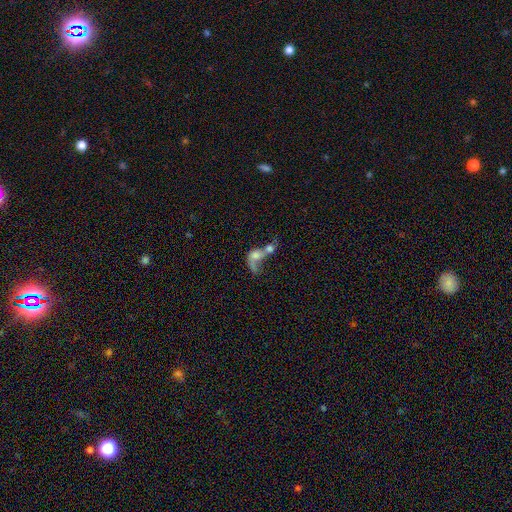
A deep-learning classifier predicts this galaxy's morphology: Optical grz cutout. It shows a smooth galaxy with no disk features (48%). Merging: merger (75%).